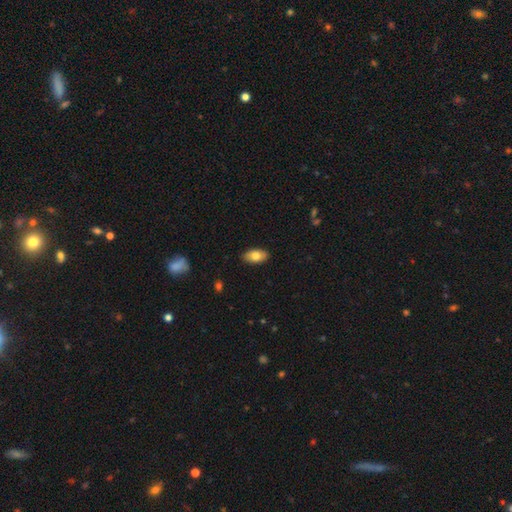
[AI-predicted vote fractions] Smooth or featured? Predicted: smooth (p=0.78). How rounded? Predicted: in between (p=0.93). Merging? Predicted: none (p=0.88).